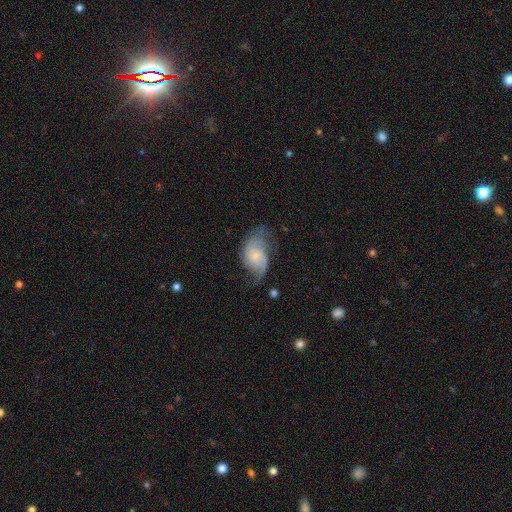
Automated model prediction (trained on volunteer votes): This is likely a featured or disk galaxy (69%). It is clearly not viewed edge-on (97%). Bar: likely no (62%). Spiral arm pattern: clearly yes (91%). Spiral arm count: clearly 2 (81%). Spiral winding: possibly loose (49%). Central bulge: possibly small (46%). Merging: possibly none (46%).